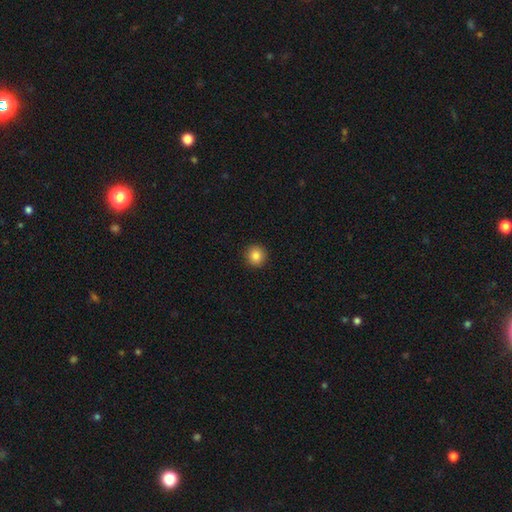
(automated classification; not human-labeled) Smooth or featured?
  - smooth: 86% *
  - star or artifact: 10%
  - featured or disk: 4%
How rounded?
  - round: 95% *
  - in between: 5%
  - cigar-shaped: 1%
Merging?
  - none: 93% *
  - minor disturbance: 5%
  - major disturbance: 2%
  - merger: 1%